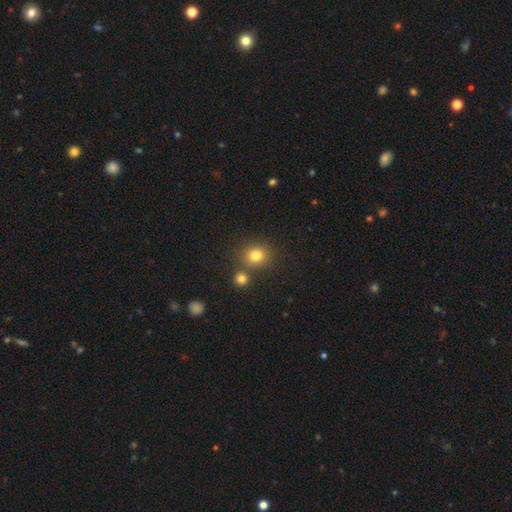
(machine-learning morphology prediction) A smooth galaxy with no disk features (80%) that is round (74%). Merging: none (71%).